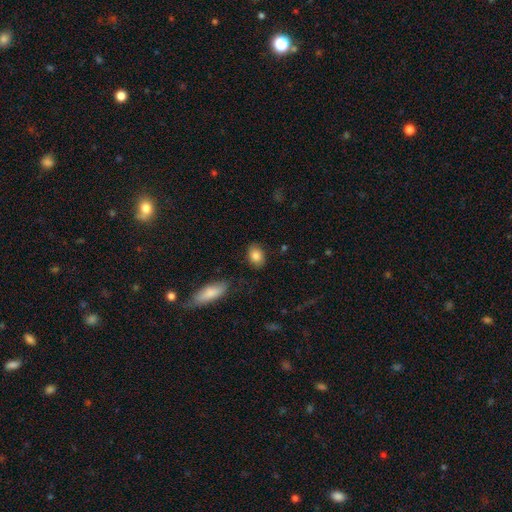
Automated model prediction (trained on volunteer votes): A smooth galaxy with no disk features (85%) that is in between round and cigar-shaped (71%).

Vote fractions:
- Smooth or featured? smooth: 85% / featured or disk: 8% / star or artifact: 8%
- How rounded? in between: 71% / round: 27% / cigar-shaped: 2%
- Merging? none: 82% / minor disturbance: 13% / major disturbance: 3% / merger: 2%